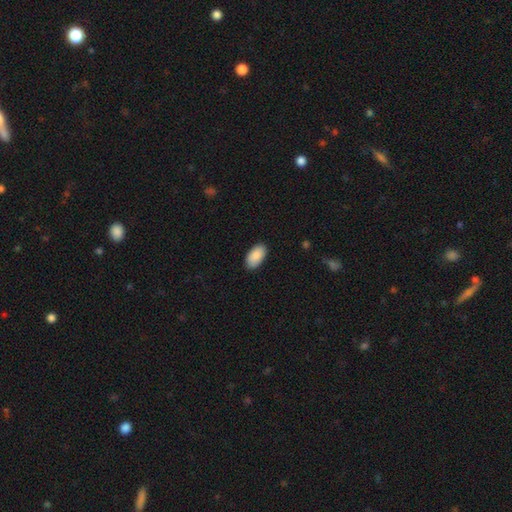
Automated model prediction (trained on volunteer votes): Overall: smooth (90%). How rounded: in between (96%). Merging: none (88%).